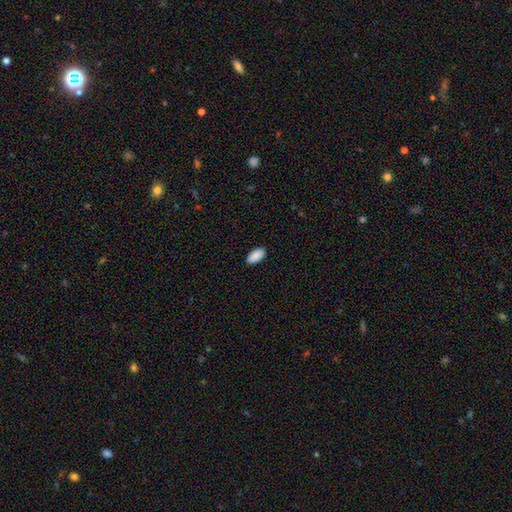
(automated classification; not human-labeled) A smooth galaxy with no disk features (90%) that is in between round and cigar-shaped (93%).

Vote fractions:
- Smooth or featured? smooth: 90% / star or artifact: 6% / featured or disk: 3%
- How rounded? in between: 93% / cigar-shaped: 5% / round: 2%
- Merging? none: 88% / minor disturbance: 9% / major disturbance: 2% / merger: 1%